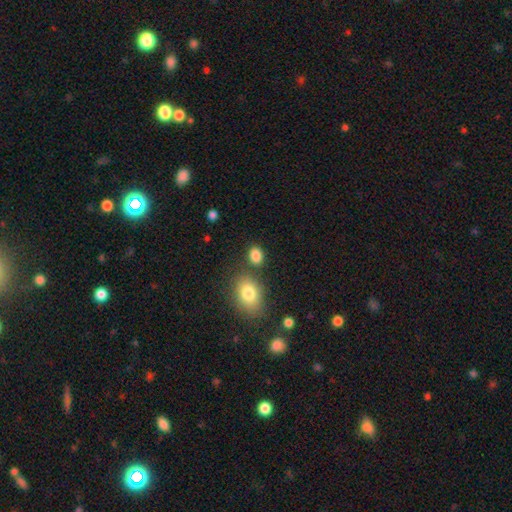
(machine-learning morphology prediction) A smooth galaxy with no disk features (85%) that is in between round and cigar-shaped (68%). Merging: none (75%).